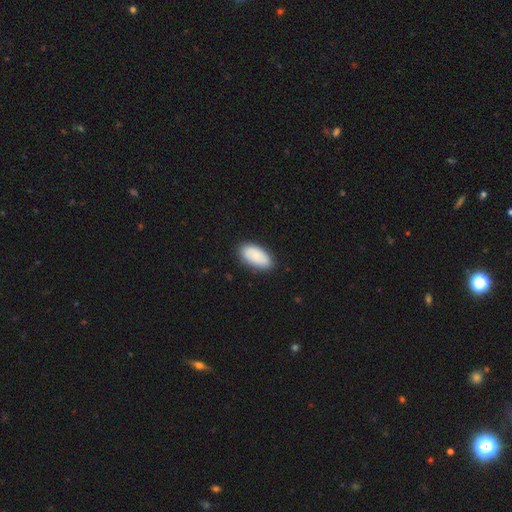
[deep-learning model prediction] Smooth or featured: smooth — 85% (featured or disk — 9%)
How rounded: in between — 94% (cigar-shaped — 4%)
Merging: none — 84% (minor disturbance — 12%)